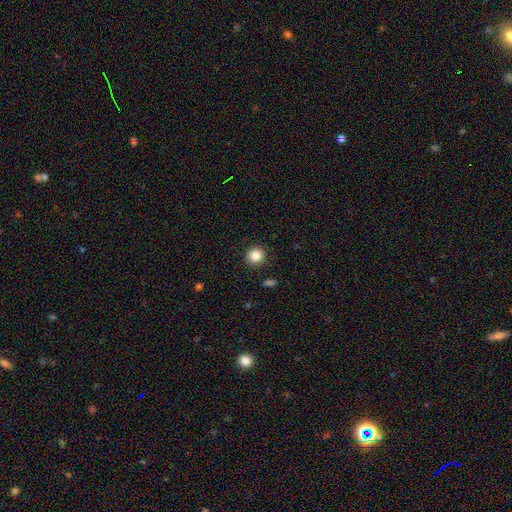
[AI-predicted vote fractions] Smooth or featured? smooth (85%)
How rounded? round (91%)
Merging? none (90%)